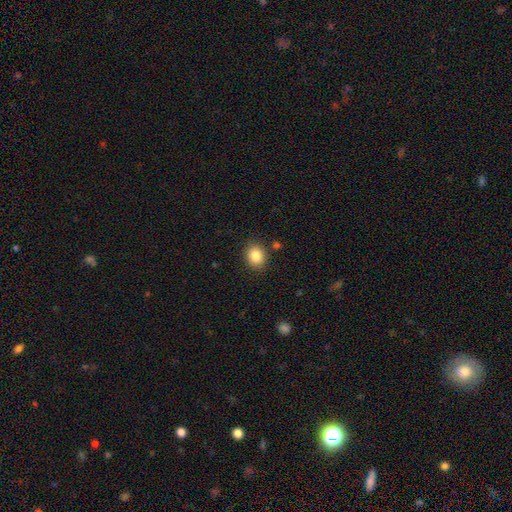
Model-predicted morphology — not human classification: type=smooth (84%); roundness=round (62%); merging=none (86%).